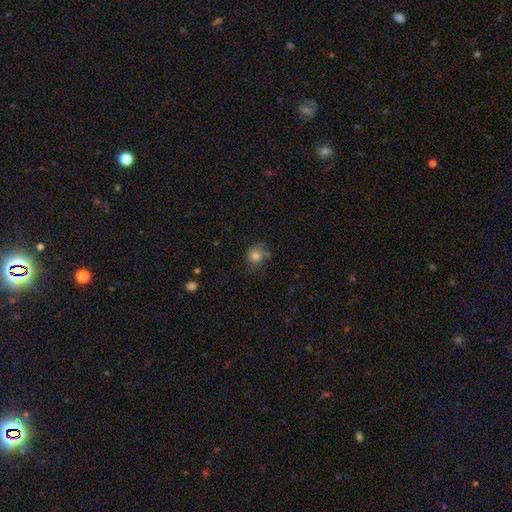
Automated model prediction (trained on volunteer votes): Smooth or featured?
  - smooth: 80% *
  - star or artifact: 12%
  - featured or disk: 8%
How rounded?
  - round: 72% *
  - in between: 27%
  - cigar-shaped: 1%
Merging?
  - none: 65% *
  - minor disturbance: 21%
  - merger: 8%
  - major disturbance: 6%